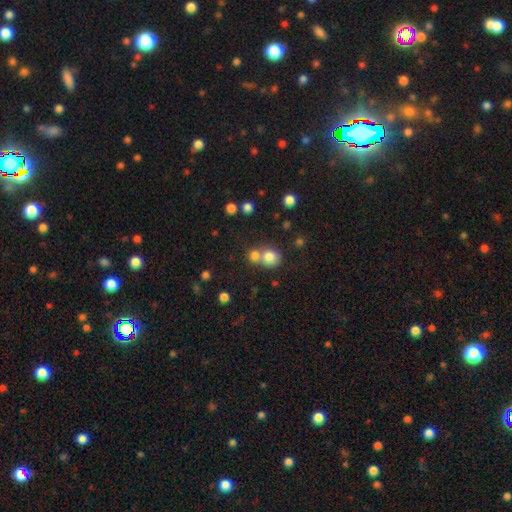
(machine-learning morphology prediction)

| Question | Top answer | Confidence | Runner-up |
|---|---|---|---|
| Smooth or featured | smooth | 78% | star or artifact (13%) |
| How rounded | round | 83% | in between (16%) |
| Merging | merger | 47% | none (44%) |